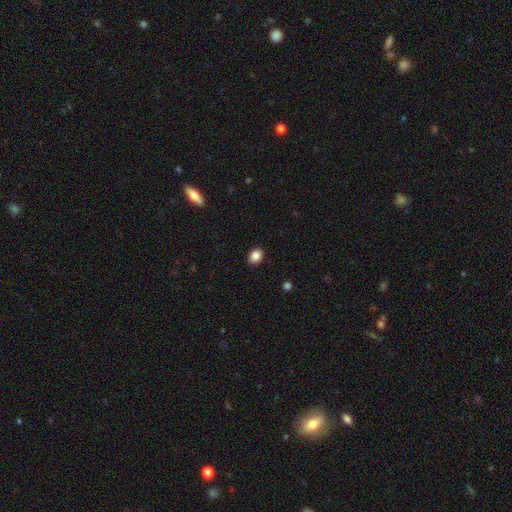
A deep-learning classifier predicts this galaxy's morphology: Overall: smooth (87%). How rounded: in between (63%; round 36%). Merging: none (89%).